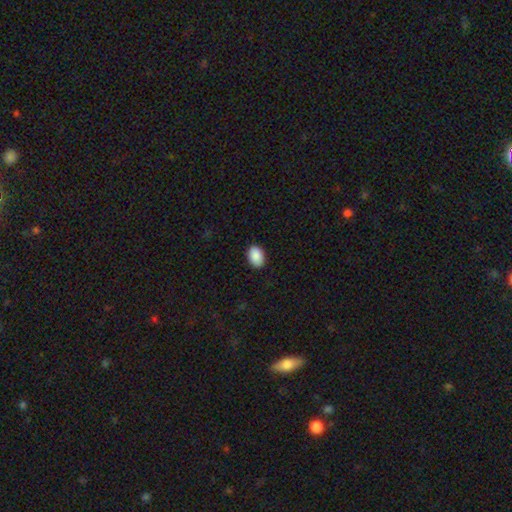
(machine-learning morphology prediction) Overall: smooth (90%). How rounded: in between (84%). Merging: none (90%).